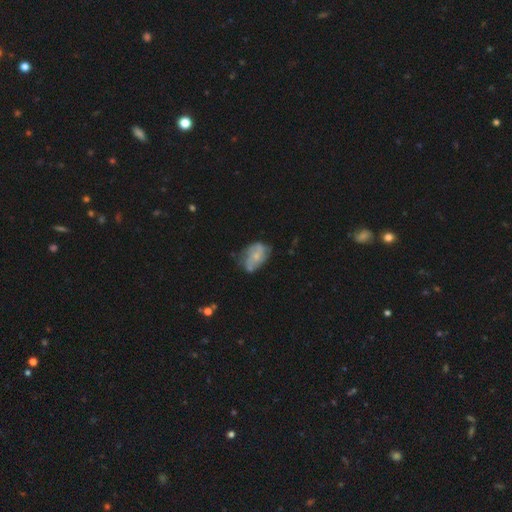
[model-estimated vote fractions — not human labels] Q: Smooth or featured?
A: featured or disk (61%); runner-up: smooth (31%)
Q: Edge-on disk?
A: no (97%); runner-up: yes (3%)
Q: Bar?
A: no (70%); runner-up: weak (25%)
Q: Spiral arms?
A: yes (71%); runner-up: no (29%)
Q: Bulge size?
A: small (63%); runner-up: moderate (27%)
Q: Merging?
A: none (49%); runner-up: minor disturbance (32%)